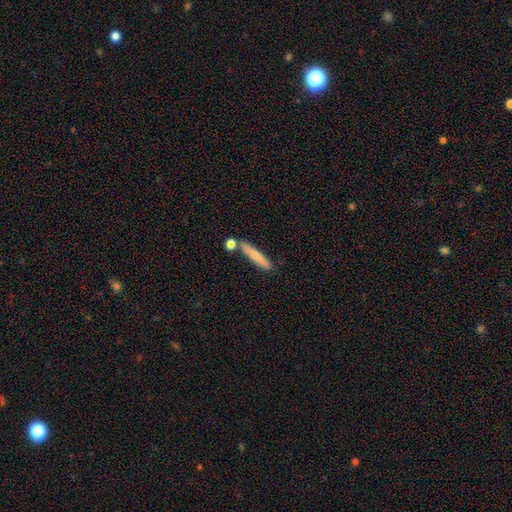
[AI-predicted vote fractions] Smooth or featured? Predicted: smooth (p=0.74). How rounded? Predicted: cigar-shaped (p=0.90). Merging? Predicted: none (p=0.70).